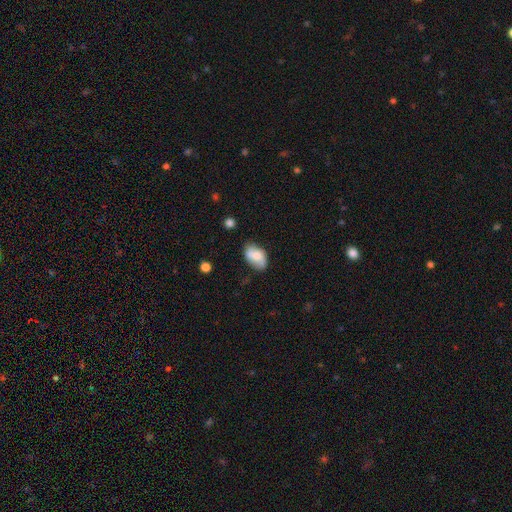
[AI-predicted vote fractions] Morphology: type=smooth (59%); roundness=in between (89%); merging=none (65%).